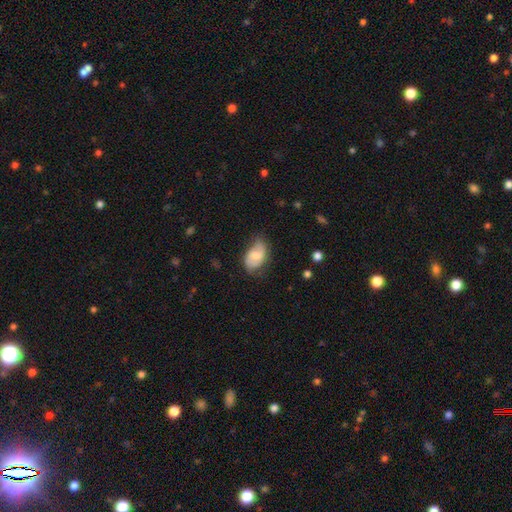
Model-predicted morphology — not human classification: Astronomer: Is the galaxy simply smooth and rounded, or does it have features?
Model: smooth — 58% (runner-up: featured or disk, 35%).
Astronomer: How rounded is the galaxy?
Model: in between — 88%.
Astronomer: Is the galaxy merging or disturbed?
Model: none — 58%.